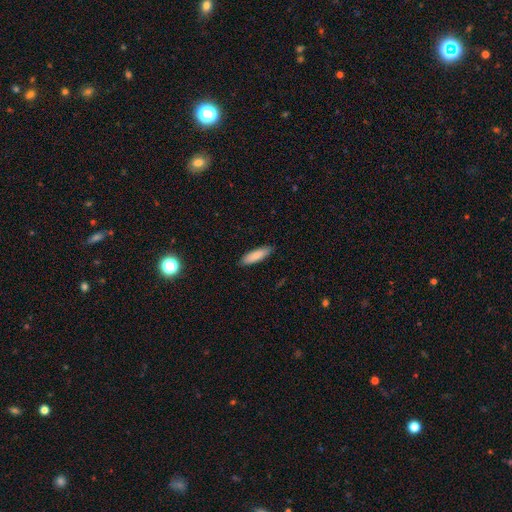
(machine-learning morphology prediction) Smooth or featured? smooth (86%)
How rounded? cigar-shaped (58%)
Merging? none (87%)